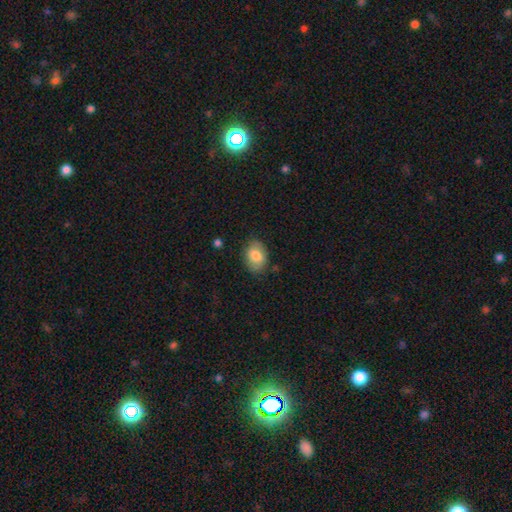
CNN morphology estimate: The model was most divided on "how rounded": in between: 75%, round: 24%, cigar-shaped: 1%. More confident: merging — none (79%); smooth or featured — smooth (77%).